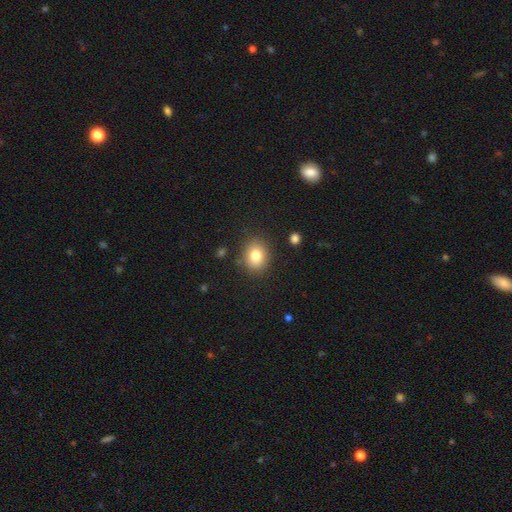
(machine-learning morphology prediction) Q: Smooth or featured?
A: smooth (81%); runner-up: star or artifact (10%)
Q: How rounded?
A: round (53%); runner-up: in between (46%)
Q: Merging?
A: none (85%); runner-up: minor disturbance (10%)